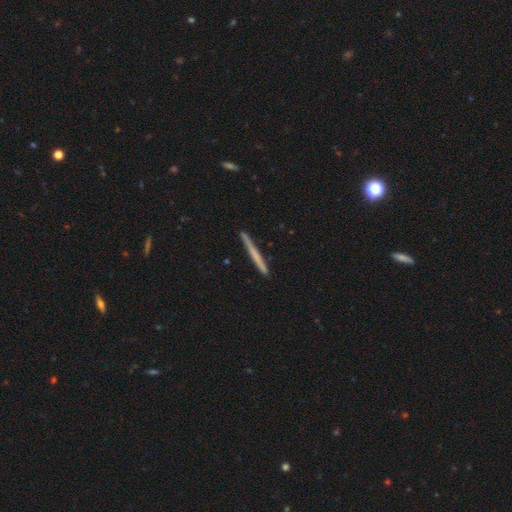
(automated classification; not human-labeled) Overall: smooth (52%; featured or disk 43%). How rounded: cigar-shaped (97%). Merging: none (90%).